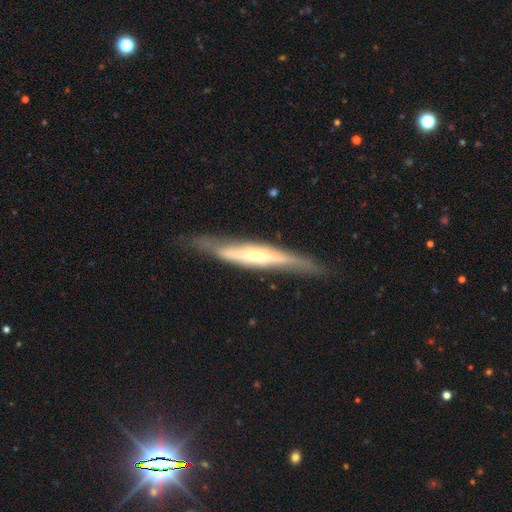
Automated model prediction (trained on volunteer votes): smooth_or_featured: featured or disk (p=0.68) [alt: smooth p=0.26]
disk_edge_on: yes (p=0.84) [alt: no p=0.16]
edge_on_bulge: rounded (p=0.68) [alt: none p=0.21]
merging: none (p=0.73) [alt: minor disturbance p=0.19]